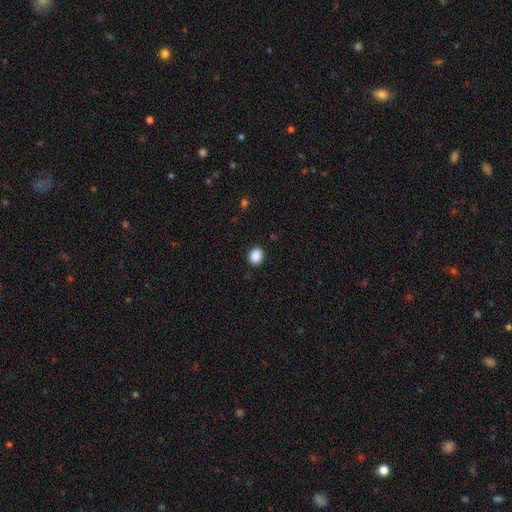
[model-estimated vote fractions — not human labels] Smooth or featured? smooth (89%)
How rounded? in between (51%)
Merging? none (89%)